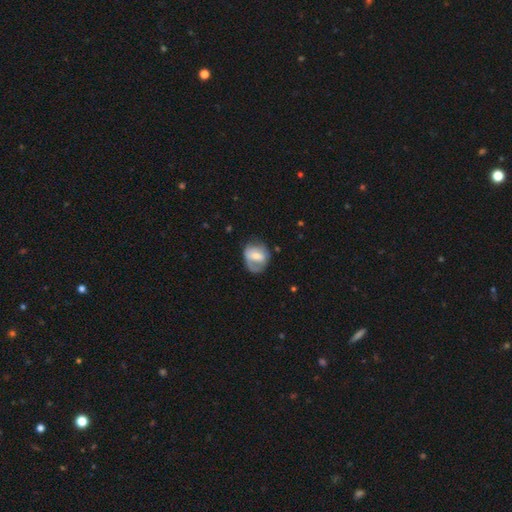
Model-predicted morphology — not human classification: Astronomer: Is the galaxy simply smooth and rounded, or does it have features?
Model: smooth — 51% (runner-up: featured or disk, 42%).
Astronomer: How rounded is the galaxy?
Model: round — 50% (runner-up: in between, 49%).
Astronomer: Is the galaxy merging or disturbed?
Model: none — 48% (runner-up: minor disturbance, 30%).